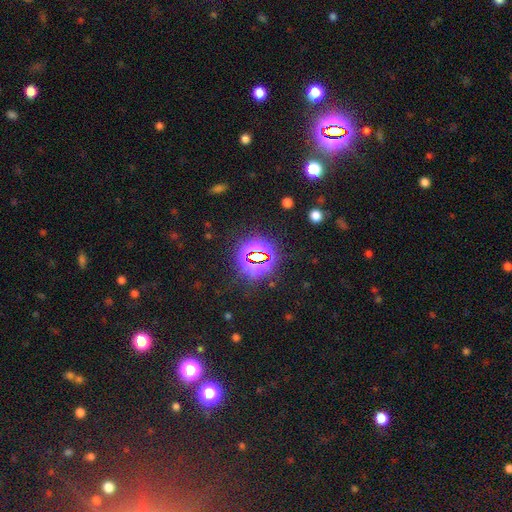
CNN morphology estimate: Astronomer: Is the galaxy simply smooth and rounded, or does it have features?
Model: star or artifact — 78%.